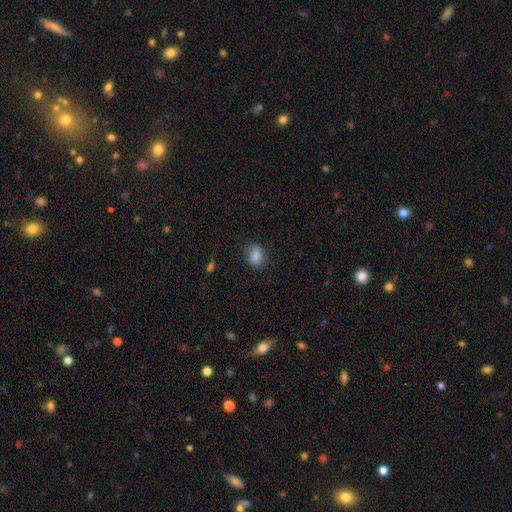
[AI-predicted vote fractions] smooth_or_featured: smooth (p=0.84) [alt: star or artifact p=0.09]
how_rounded: in between (p=0.73) [alt: round p=0.26]
merging: none (p=0.76) [alt: minor disturbance p=0.17]